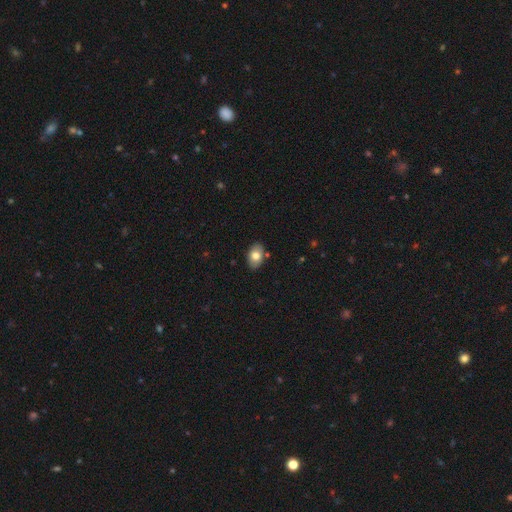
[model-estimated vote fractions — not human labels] Overall: smooth (76%). How rounded: in between (86%). Merging: none (85%).